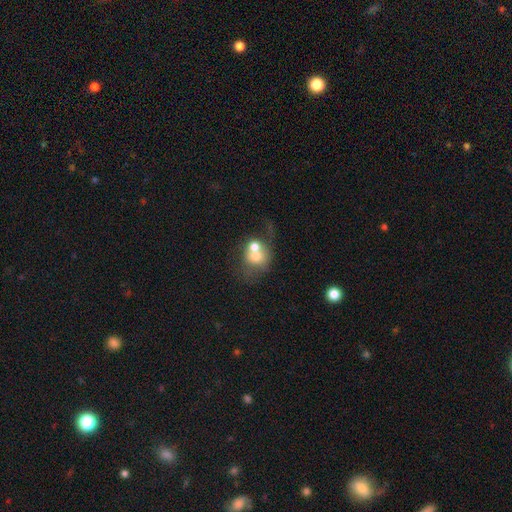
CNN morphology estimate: smooth-or-featured: smooth: 61% | featured or disk: 28% | star or artifact: 10%
  how-rounded: round: 67% | in between: 32% | cigar-shaped: 1%
  merging: merger: 61% | none: 22% | major disturbance: 9% | minor disturbance: 8%